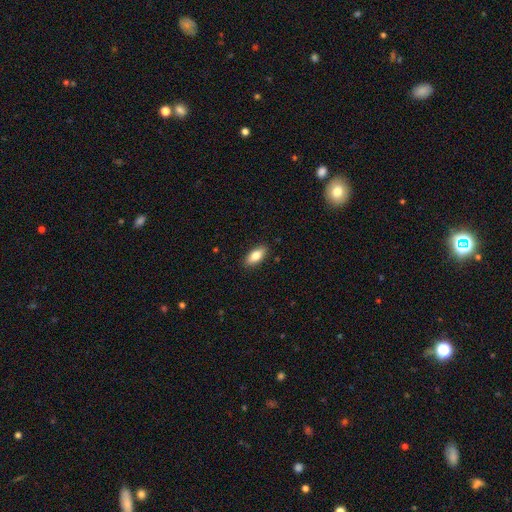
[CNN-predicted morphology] This is clearly a smooth galaxy (81%). How rounded: clearly in between (87%). Merging: clearly none (89%).